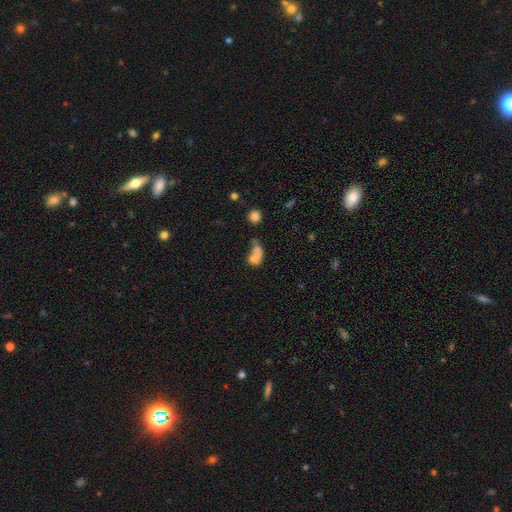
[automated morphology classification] Q: Smooth or featured?
A: smooth (65%); runner-up: featured or disk (21%)
Q: How rounded?
A: in between (76%); runner-up: round (20%)
Q: Merging?
A: merger (42%); runner-up: none (22%)